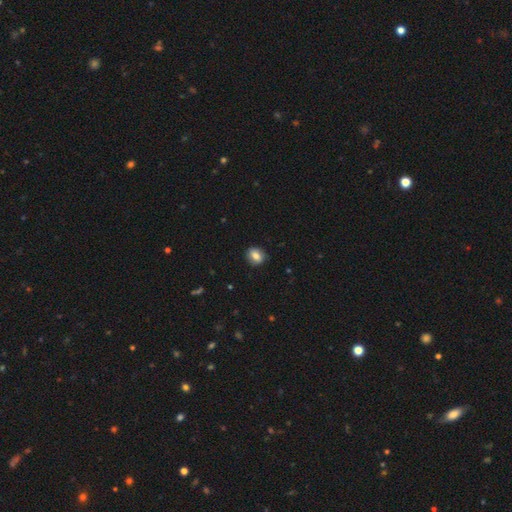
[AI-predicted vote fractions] A smooth galaxy with no disk features (76%) that is round (56%).

Vote fractions:
- Smooth or featured? smooth: 76% / featured or disk: 15% / star or artifact: 9%
- How rounded? round: 56% / in between: 42% / cigar-shaped: 2%
- Merging? none: 88% / minor disturbance: 9% / major disturbance: 2% / merger: 1%